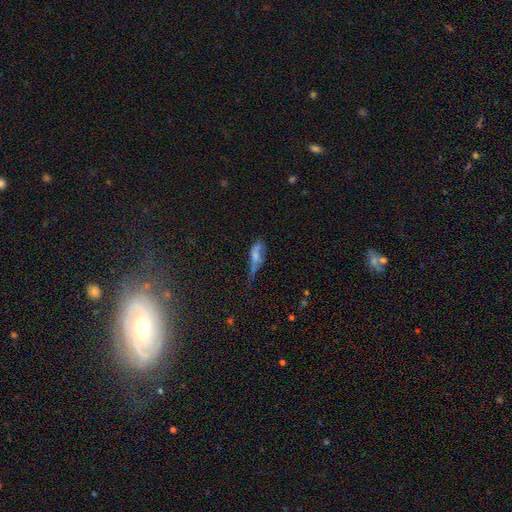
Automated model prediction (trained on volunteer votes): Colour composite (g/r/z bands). It shows a smooth galaxy with no disk features (58%) that is in between round and cigar-shaped (59%). Merging: major disturbance (33%).